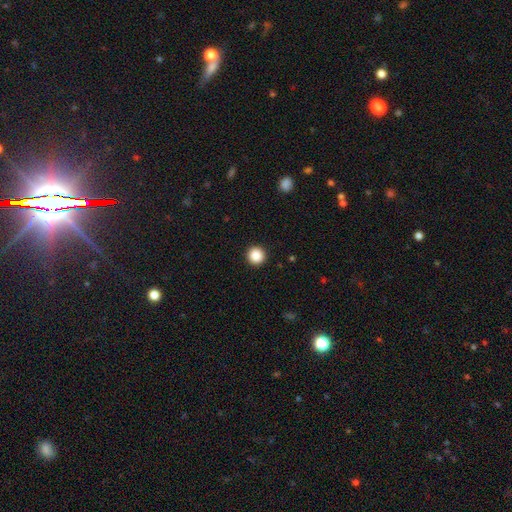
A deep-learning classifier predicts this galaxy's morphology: smooth-or-featured: smooth: 88% | star or artifact: 9% | featured or disk: 3%
  how-rounded: round: 94% | in between: 5% | cigar-shaped: 1%
  merging: none: 93% | minor disturbance: 5% | major disturbance: 2% | merger: 1%